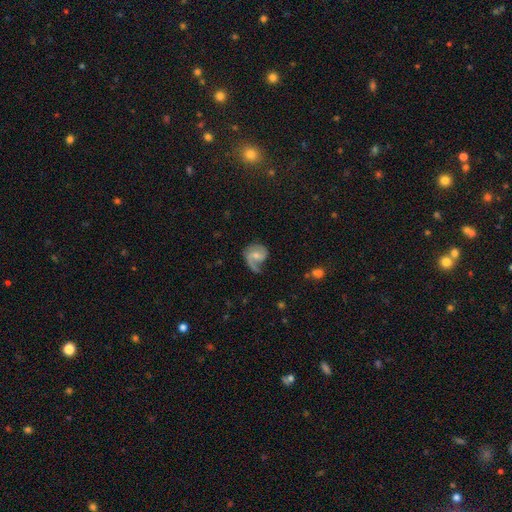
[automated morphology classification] Smooth or featured? featured or disk (78%)
Edge-on disk? no (98%)
Bar? weak (46%)
Spiral arms? yes (94%)
Spiral winding? medium (46%)
Spiral arm count? 2 (60%)
Bulge size? moderate (46%, tied with small)
Merging? none (54%)